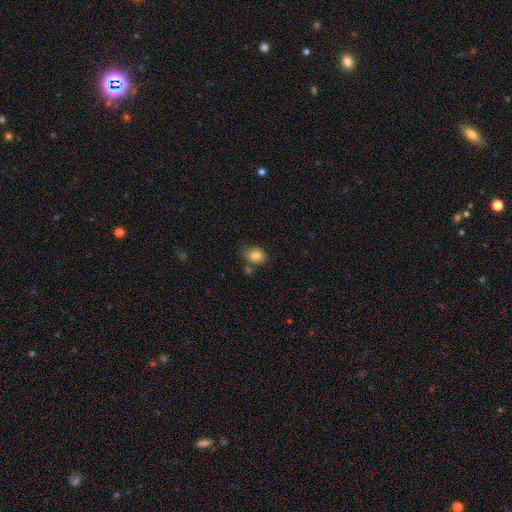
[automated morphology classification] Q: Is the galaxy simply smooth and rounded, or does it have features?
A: smooth — 83%.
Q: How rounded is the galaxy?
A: in between — 53%.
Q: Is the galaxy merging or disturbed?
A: none — 65%.